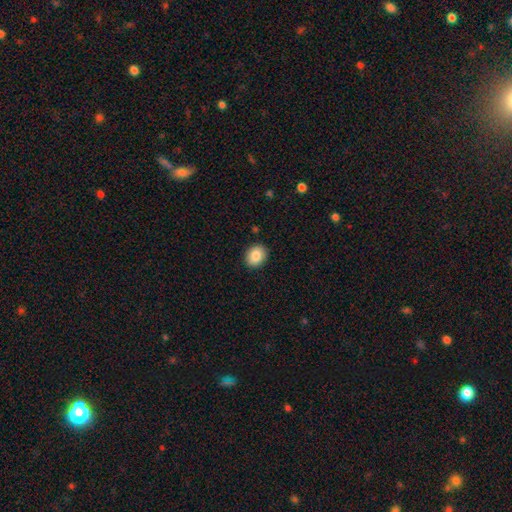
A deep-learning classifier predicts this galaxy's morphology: Smooth or featured? Predicted: smooth (p=0.86). How rounded? Predicted: round (p=0.53). Merging? Predicted: none (p=0.90).